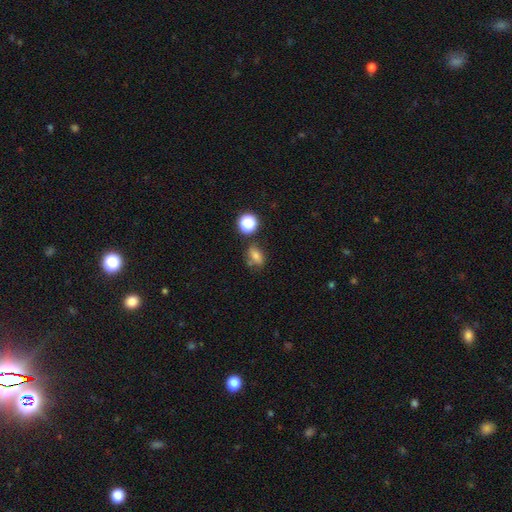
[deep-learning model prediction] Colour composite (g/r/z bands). It shows a smooth galaxy with no disk features (70%) that is in between round and cigar-shaped (67%). Merging: none (66%).